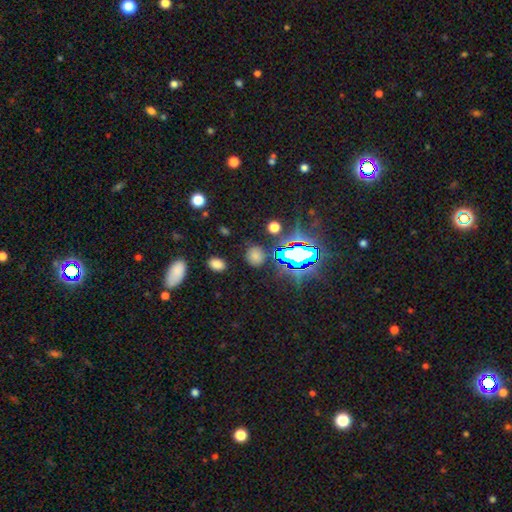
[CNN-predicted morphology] A smooth galaxy with no disk features (63%) that is round (76%).

Vote fractions:
- Smooth or featured? smooth: 63% / star or artifact: 30% / featured or disk: 8%
- How rounded? round: 76% / in between: 23% / cigar-shaped: 2%
- Merging? none: 80% / minor disturbance: 12% / major disturbance: 4% / merger: 3%